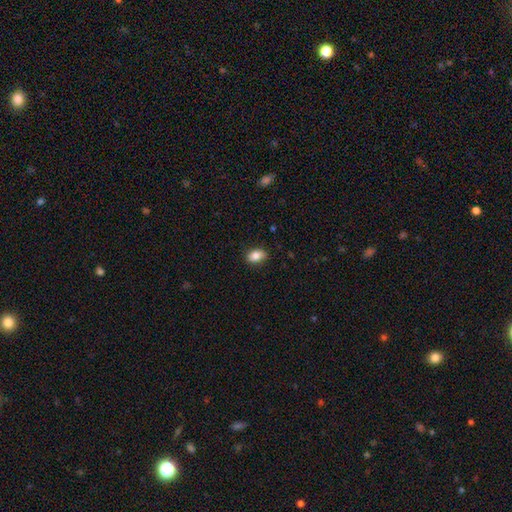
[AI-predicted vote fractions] smooth_or_featured: smooth (p=0.84) [alt: star or artifact p=0.08]
how_rounded: in between (p=0.82) [alt: round p=0.16]
merging: none (p=0.84) [alt: minor disturbance p=0.12]